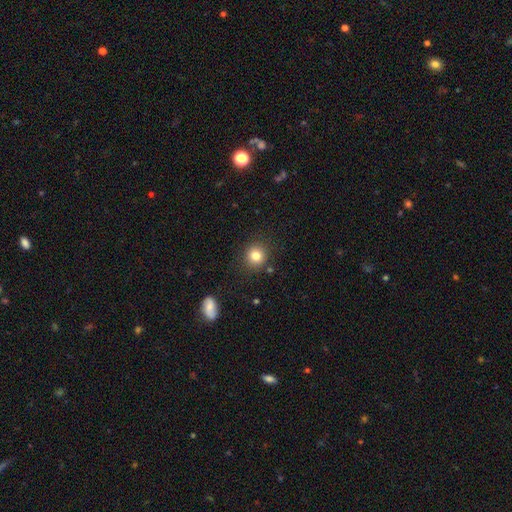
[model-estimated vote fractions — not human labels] Morphology: type=smooth (81%); roundness=round (89%); merging=none (87%).